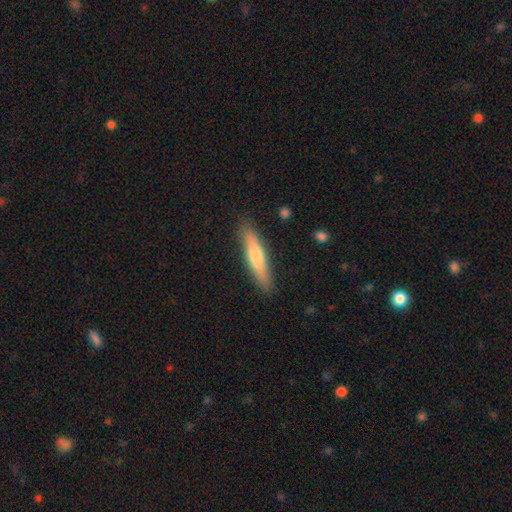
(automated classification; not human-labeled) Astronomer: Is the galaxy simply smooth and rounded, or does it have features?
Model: smooth — 56% (runner-up: featured or disk, 38%).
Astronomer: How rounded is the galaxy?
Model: cigar-shaped — 87%.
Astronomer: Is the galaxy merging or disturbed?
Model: none — 88%.